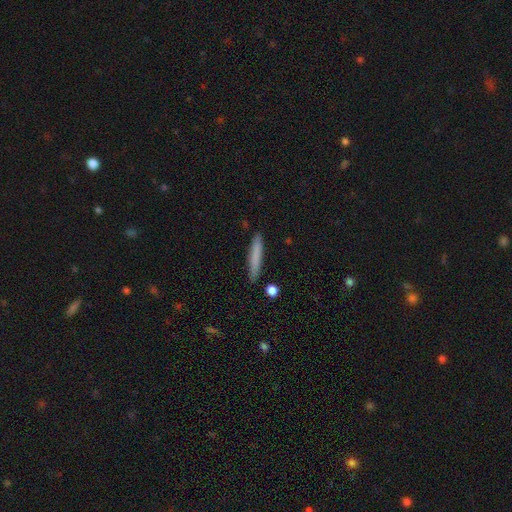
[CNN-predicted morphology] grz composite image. It shows a smooth galaxy with no disk features (76%) that is cigar-shaped (94%). Merging: none (88%).